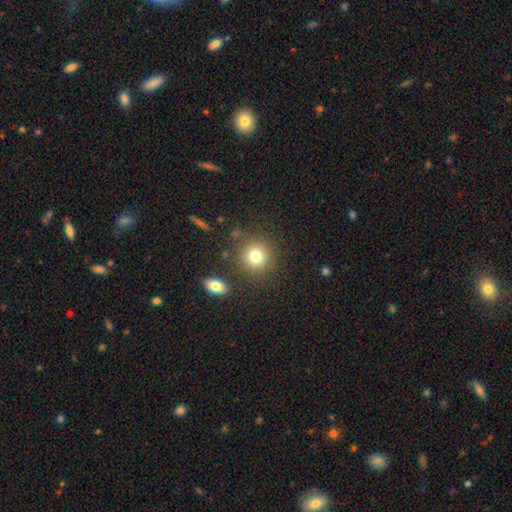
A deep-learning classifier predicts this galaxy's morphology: A smooth galaxy with no disk features (78%) that is round (90%). Merging: none (84%).